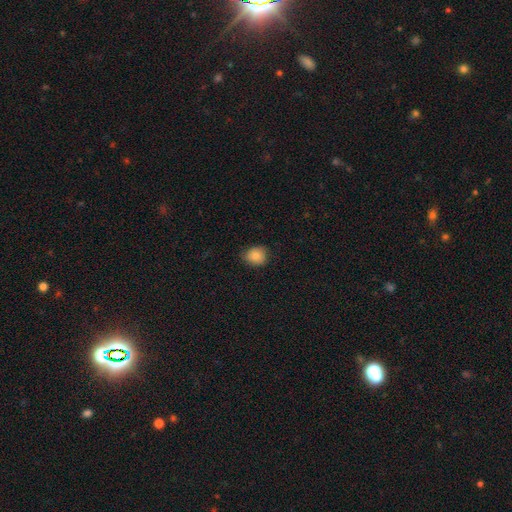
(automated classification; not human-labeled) A smooth galaxy with no disk features (87%) that is round (72%).

Vote fractions:
- Smooth or featured? smooth: 87% / star or artifact: 8% / featured or disk: 5%
- How rounded? round: 72% / in between: 27% / cigar-shaped: 1%
- Merging? none: 73% / minor disturbance: 22% / major disturbance: 4% / merger: 1%